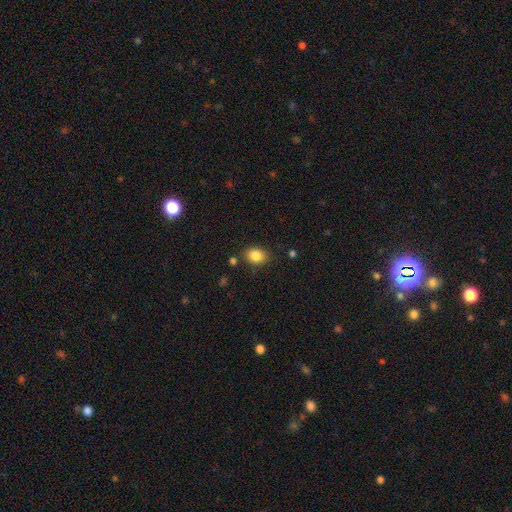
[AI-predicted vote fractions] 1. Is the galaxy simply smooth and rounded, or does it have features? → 85% smooth, 10% star or artifact, 5% featured or disk.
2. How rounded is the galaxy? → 56% in between, 43% round, 1% cigar-shaped.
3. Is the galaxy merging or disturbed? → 81% none, 12% minor disturbance, 3% merger, 3% major disturbance.